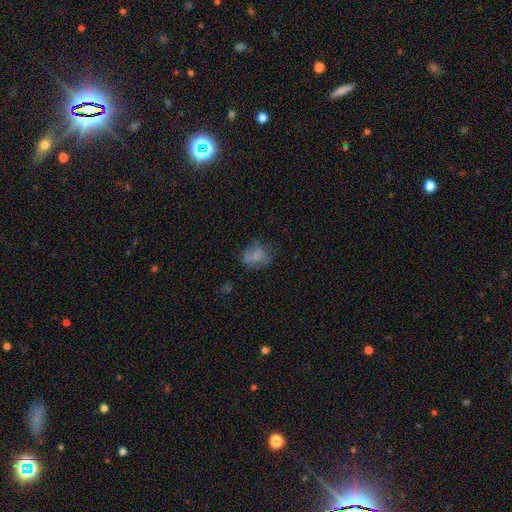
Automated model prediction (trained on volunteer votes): Smooth or featured? Predicted: smooth (p=0.64). How rounded? Predicted: in between (p=0.63). Merging? Predicted: none (p=0.49).